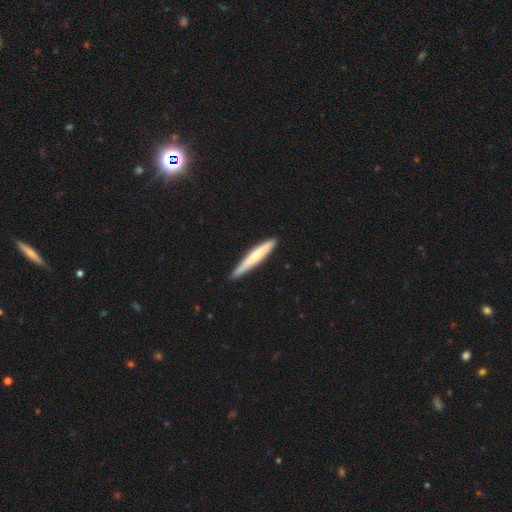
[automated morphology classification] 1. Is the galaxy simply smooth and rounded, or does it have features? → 64% smooth, 31% featured or disk, 5% star or artifact.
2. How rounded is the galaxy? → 94% cigar-shaped, 4% in between, 1% round.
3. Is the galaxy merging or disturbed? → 85% none, 12% minor disturbance, 2% major disturbance, 1% merger.